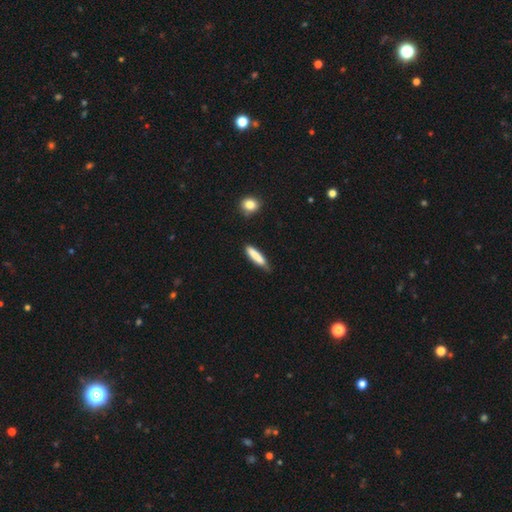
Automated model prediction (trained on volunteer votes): Smooth or featured? smooth (82%)
How rounded? cigar-shaped (85%)
Merging? none (72%)